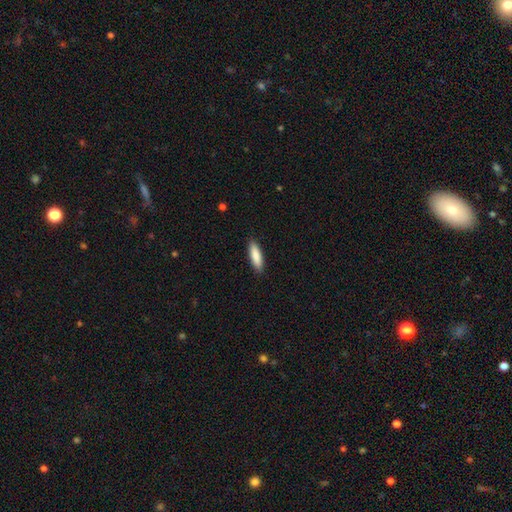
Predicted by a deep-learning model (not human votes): This appears to be a smooth galaxy with no disk features (87%) that is cigar-shaped (60%). Merging: none (89%).